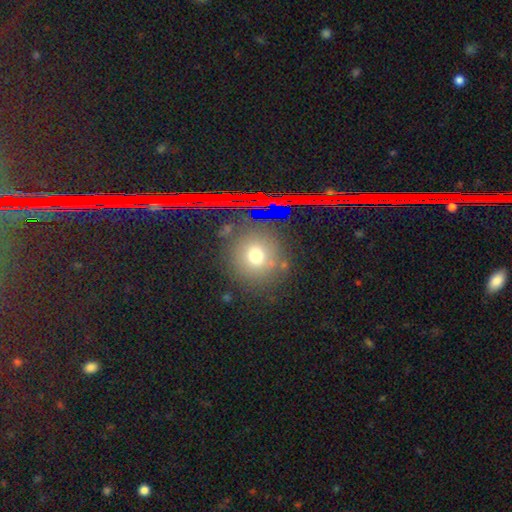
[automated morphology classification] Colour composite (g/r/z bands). It shows a smooth galaxy with no disk features (67%) that is round (86%). Merging: none (81%).